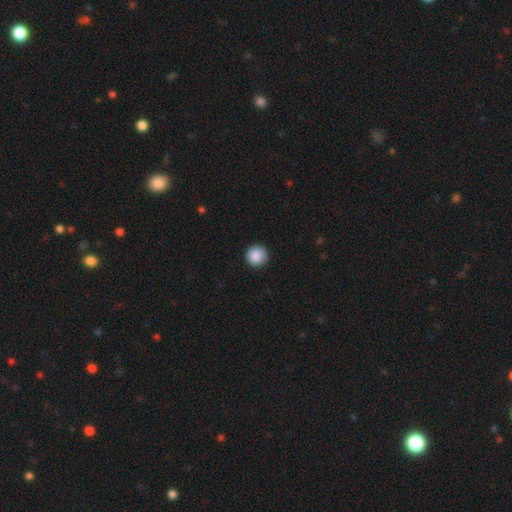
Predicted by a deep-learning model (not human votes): Q: Smooth or featured?
A: smooth (88%); runner-up: star or artifact (8%)
Q: How rounded?
A: round (95%); runner-up: in between (4%)
Q: Merging?
A: none (89%); runner-up: minor disturbance (9%)